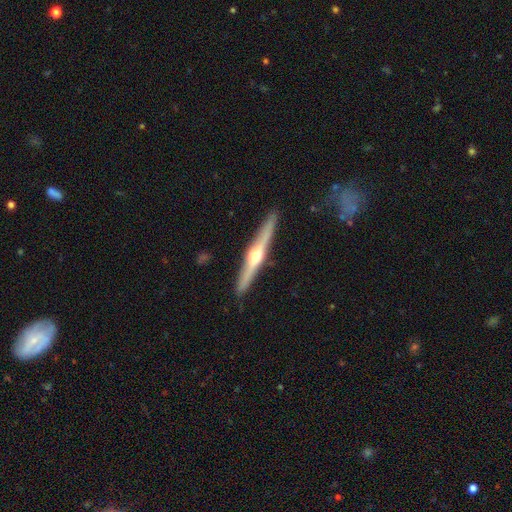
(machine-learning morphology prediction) Smooth or featured? Predicted: featured or disk (p=0.76). Edge-on disk? Predicted: yes (p=0.98). Edge-on bulge? Predicted: rounded (p=0.92). Merging? Predicted: none (p=0.91).